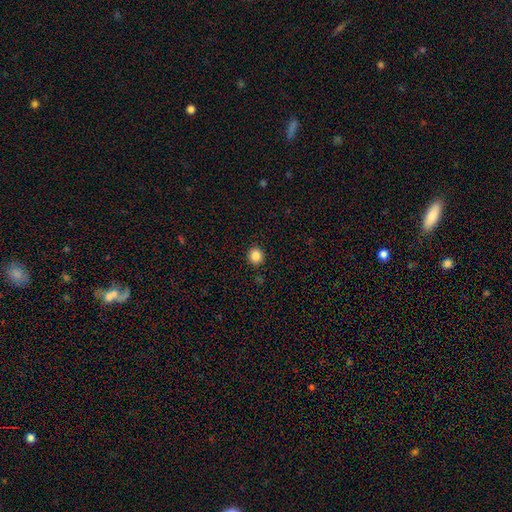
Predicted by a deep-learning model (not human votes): Smooth or featured? smooth (85%)
How rounded? round (88%)
Merging? none (91%)